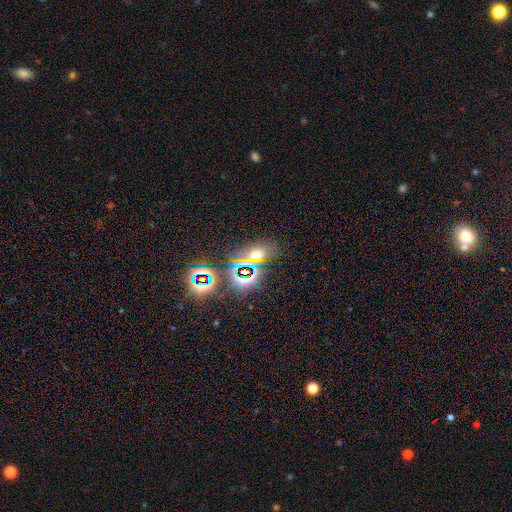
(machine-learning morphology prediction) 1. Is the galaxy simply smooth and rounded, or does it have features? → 51% star or artifact, 38% smooth, 11% featured or disk.